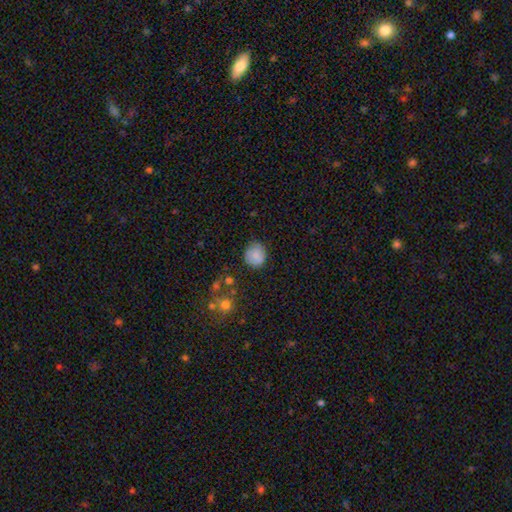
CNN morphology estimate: smooth-or-featured: smooth: 83% | featured or disk: 9% | star or artifact: 8%
  how-rounded: round: 86% | in between: 13% | cigar-shaped: 1%
  merging: none: 78% | minor disturbance: 17% | major disturbance: 4% | merger: 2%